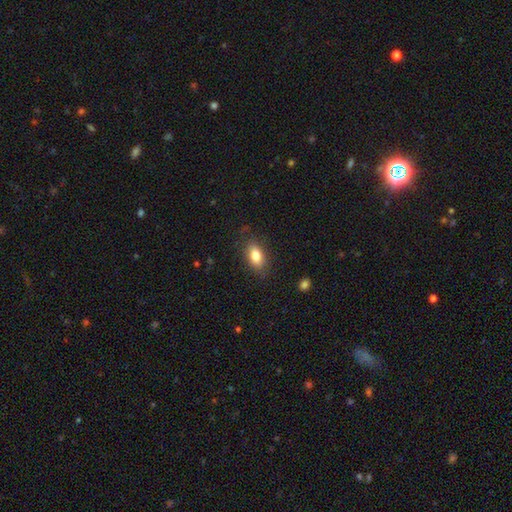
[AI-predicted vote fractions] A smooth galaxy with no disk features (81%) that is in between round and cigar-shaped (88%).

Vote fractions:
- Smooth or featured? smooth: 81% / featured or disk: 11% / star or artifact: 8%
- How rounded? in between: 88% / round: 7% / cigar-shaped: 5%
- Merging? none: 83% / minor disturbance: 12% / major disturbance: 3% / merger: 1%